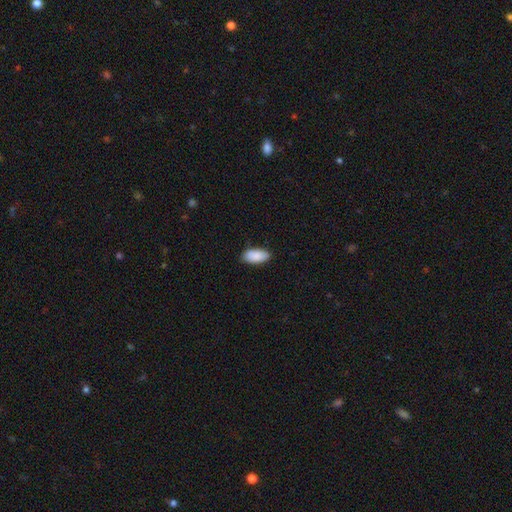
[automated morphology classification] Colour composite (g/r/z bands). It shows a smooth galaxy with no disk features (89%) that is in between round and cigar-shaped (93%). Merging: none (84%).